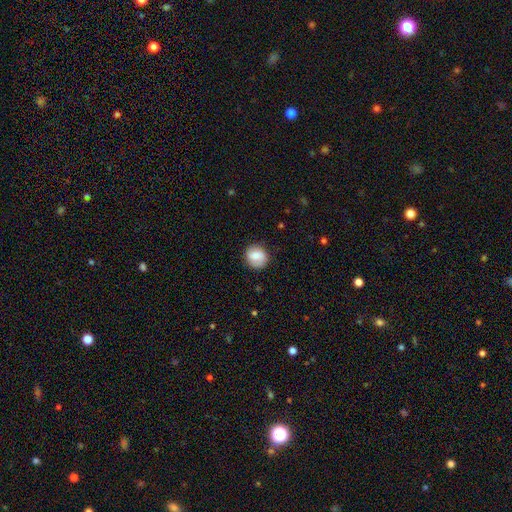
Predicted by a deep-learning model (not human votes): This is likely a smooth galaxy (72%). How rounded: clearly round (82%). Merging: clearly none (83%).